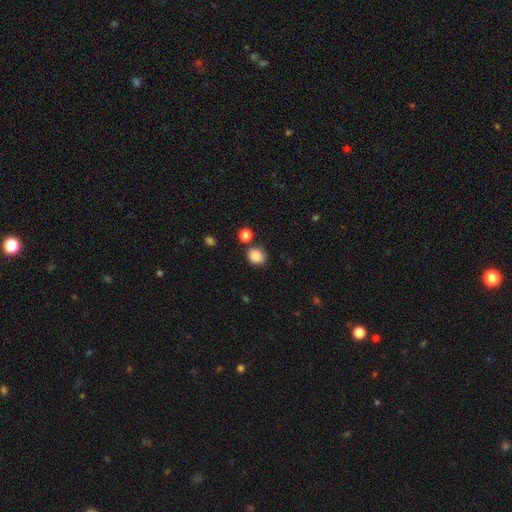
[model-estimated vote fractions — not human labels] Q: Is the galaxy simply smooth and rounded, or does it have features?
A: smooth — 86%.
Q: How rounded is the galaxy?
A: round — 79%.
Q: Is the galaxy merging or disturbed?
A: none — 77%.